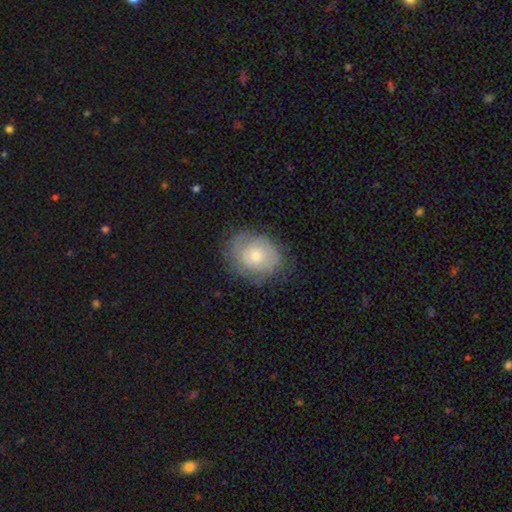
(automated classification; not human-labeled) smooth-or-featured: featured or disk: 51% | smooth: 41% | star or artifact: 7%
  disk-edge-on: no: 96% | yes: 4%
  merging: none: 69% | minor disturbance: 21% | major disturbance: 8% | merger: 1%